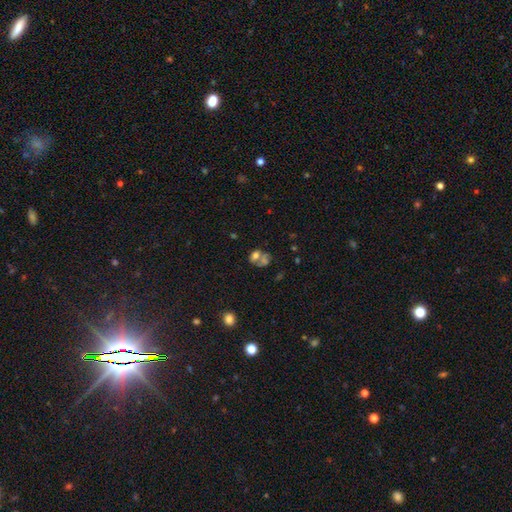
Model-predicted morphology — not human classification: Overall: star or artifact (50%; smooth 33%).